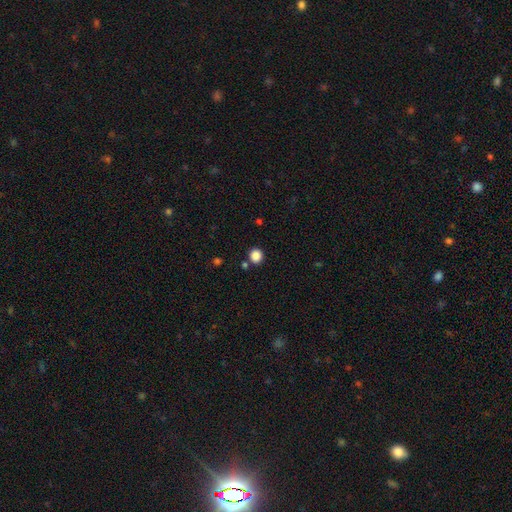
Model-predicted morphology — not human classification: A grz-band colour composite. It shows a smooth galaxy with no disk features (86%) that is round (89%). Merging: none (85%).